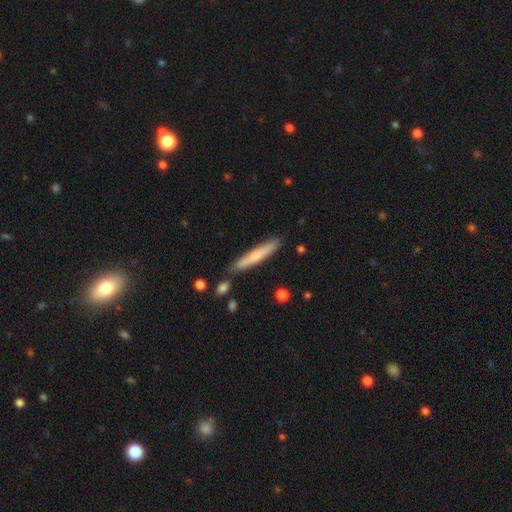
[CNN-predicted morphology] This is likely a smooth galaxy (62%). How rounded: clearly cigar-shaped (93%). Merging: clearly none (84%).